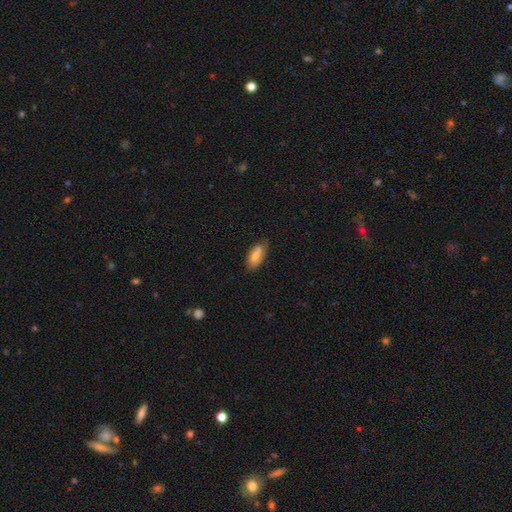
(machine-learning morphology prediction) Smooth or featured? Predicted: smooth (p=0.68). How rounded? Predicted: in between (p=0.85). Merging? Predicted: none (p=0.65).